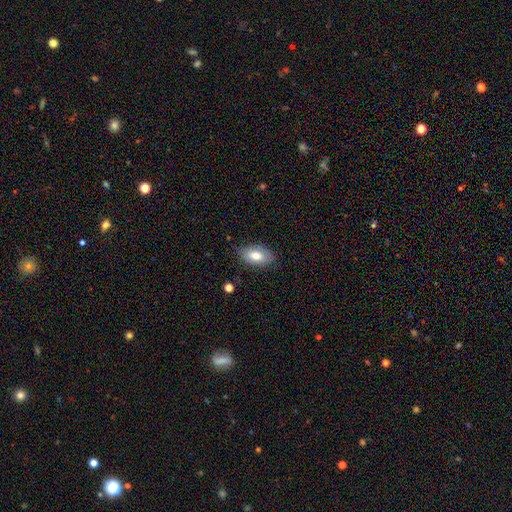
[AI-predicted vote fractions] Q: Smooth or featured?
A: smooth (73%); runner-up: featured or disk (21%)
Q: How rounded?
A: in between (93%); runner-up: round (4%)
Q: Merging?
A: none (78%); runner-up: minor disturbance (17%)